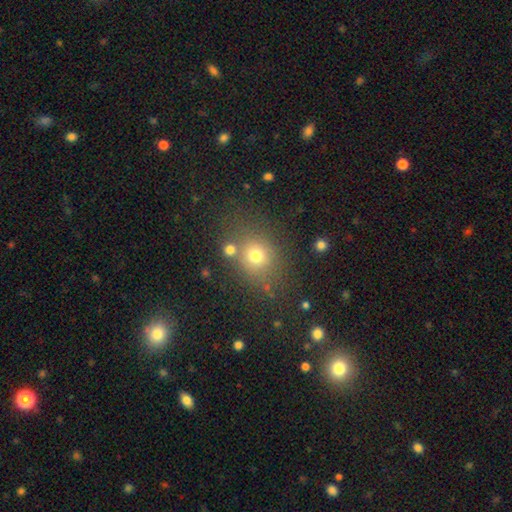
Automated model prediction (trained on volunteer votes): Q: Smooth or featured?
A: smooth (71%); runner-up: star or artifact (18%)
Q: How rounded?
A: round (68%); runner-up: in between (31%)
Q: Merging?
A: none (71%); runner-up: minor disturbance (12%)